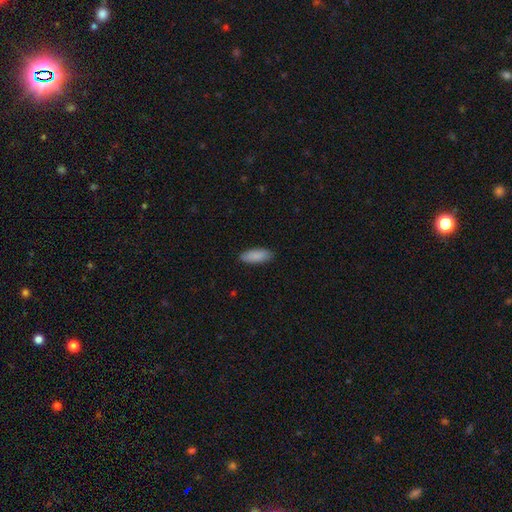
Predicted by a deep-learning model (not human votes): Morphology: type=smooth (89%); roundness=in between (75%); merging=none (87%).